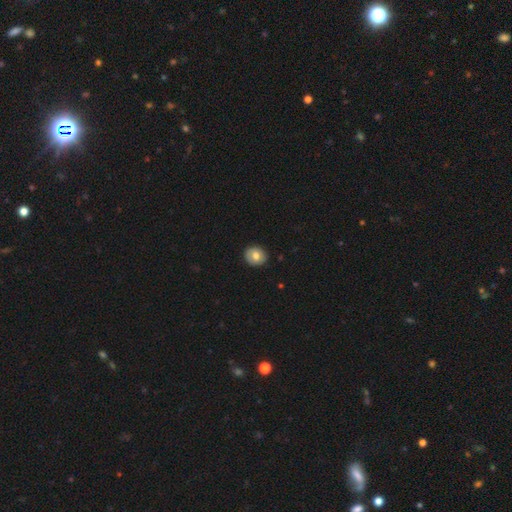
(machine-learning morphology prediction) Overall: smooth (75%). How rounded: round (75%). Merging: none (88%).